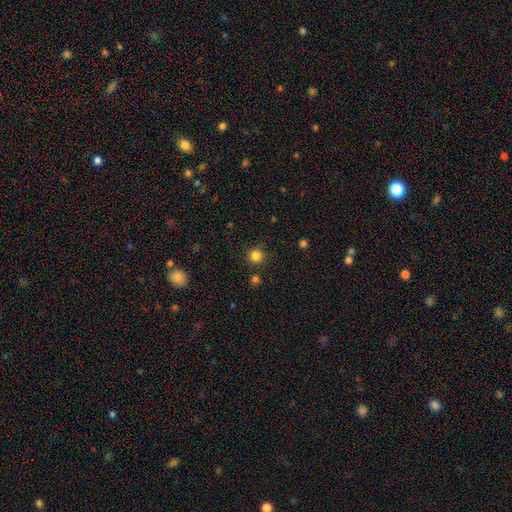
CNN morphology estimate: This is clearly a smooth galaxy (82%). How rounded: clearly round (94%). Merging: clearly none (86%).